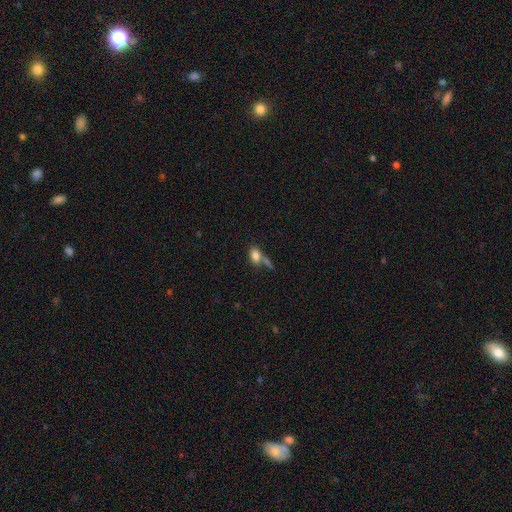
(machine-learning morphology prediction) Smooth or featured? Predicted: smooth (p=0.80). How rounded? Predicted: in between (p=0.85). Merging? Predicted: none (p=0.41).